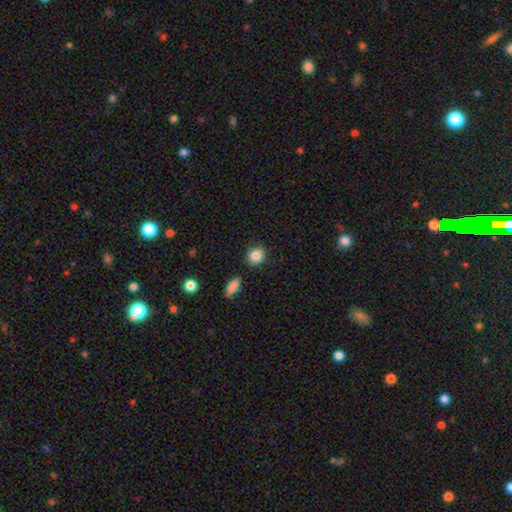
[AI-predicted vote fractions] Smooth or featured? Predicted: smooth (p=0.86). How rounded? Predicted: round (p=0.70). Merging? Predicted: none (p=0.86).